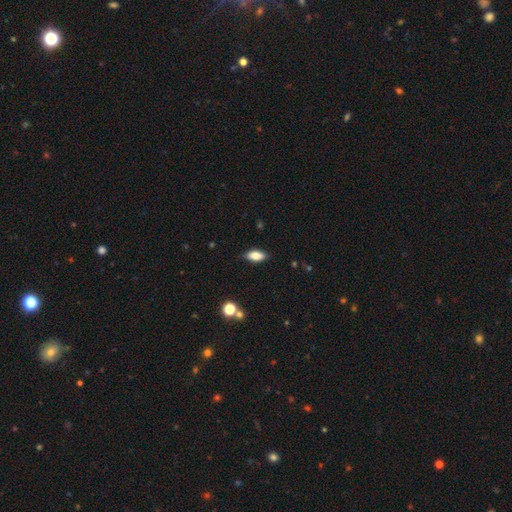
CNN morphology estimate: Overall: smooth (80%). How rounded: in between (86%). Merging: none (85%).